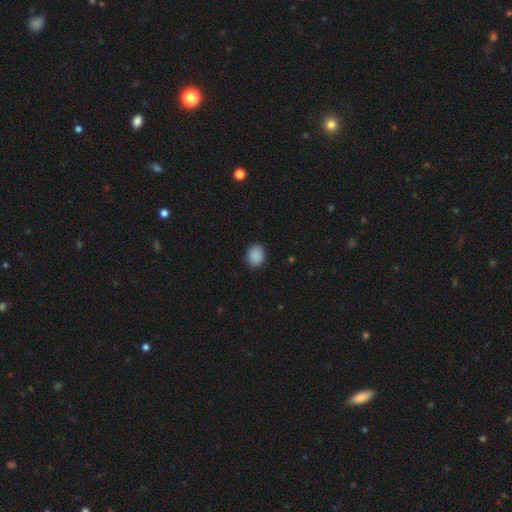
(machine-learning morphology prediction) A smooth galaxy with no disk features (89%) that is round (61%).

Vote fractions:
- Smooth or featured? smooth: 89% / star or artifact: 8% / featured or disk: 2%
- How rounded? round: 61% / in between: 38% / cigar-shaped: 1%
- Merging? none: 88% / minor disturbance: 9% / major disturbance: 2% / merger: 1%